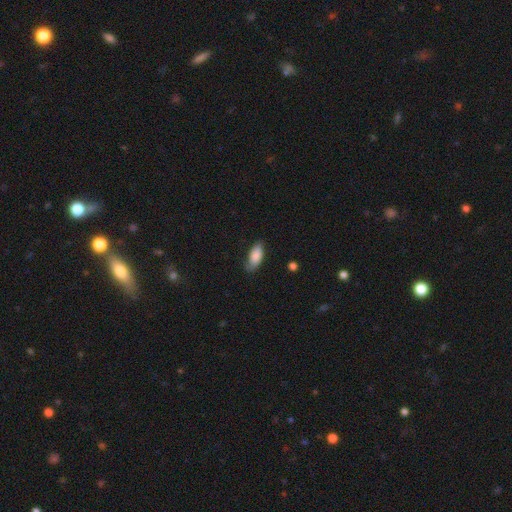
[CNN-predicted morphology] The model was most divided on "merging": none: 67%, minor disturbance: 26%, major disturbance: 6%, merger: 1%. More confident: how rounded — in between (87%); smooth or featured — smooth (82%).